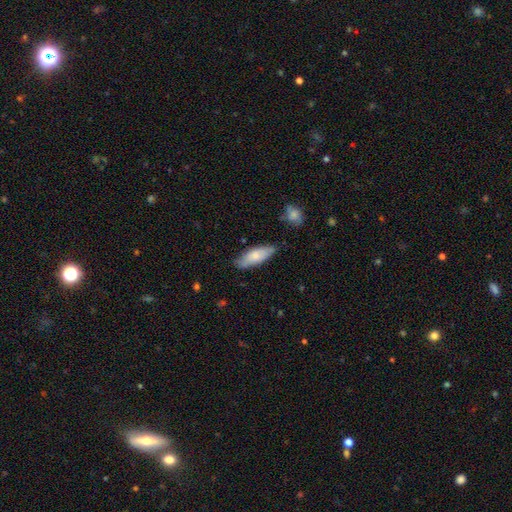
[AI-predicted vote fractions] Smooth or featured? smooth (75%)
How rounded? in between (70%)
Merging? none (74%)